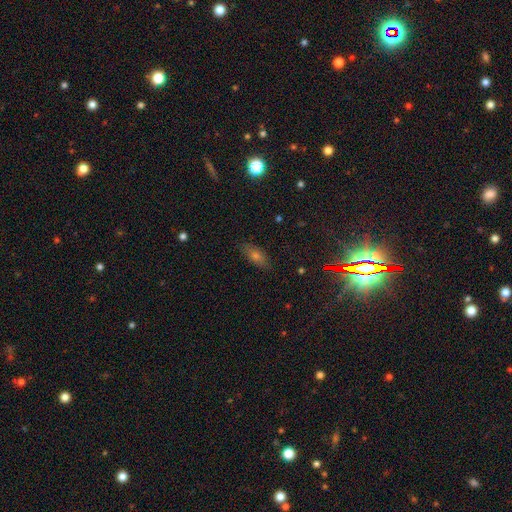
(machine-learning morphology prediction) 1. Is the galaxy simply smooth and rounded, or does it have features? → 54% smooth, 27% star or artifact, 19% featured or disk.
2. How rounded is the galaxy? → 75% in between, 17% cigar-shaped, 8% round.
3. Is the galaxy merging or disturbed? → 85% none, 11% minor disturbance, 3% major disturbance, 1% merger.